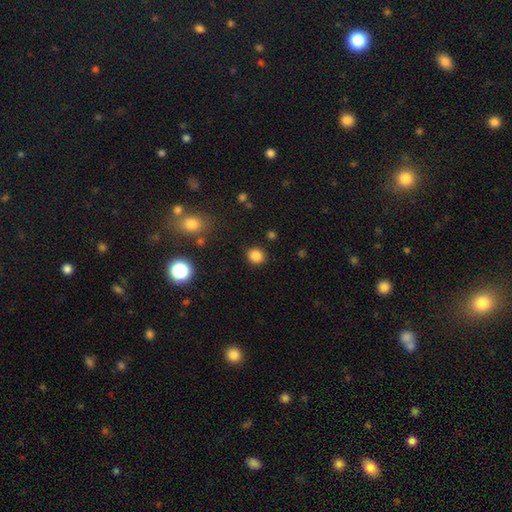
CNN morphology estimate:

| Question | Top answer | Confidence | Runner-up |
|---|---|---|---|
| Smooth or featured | smooth | 84% | star or artifact (12%) |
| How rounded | round | 83% | in between (16%) |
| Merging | none | 89% | minor disturbance (7%) |